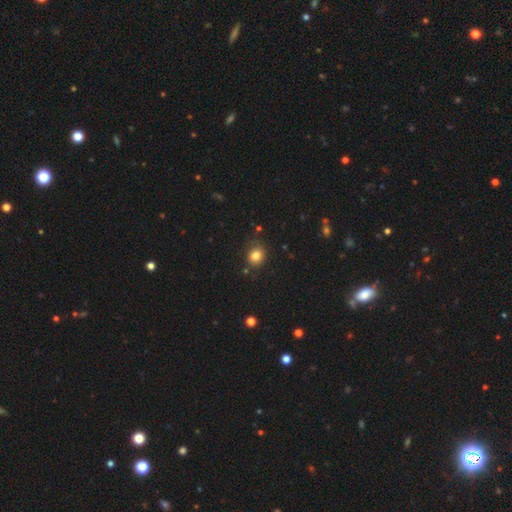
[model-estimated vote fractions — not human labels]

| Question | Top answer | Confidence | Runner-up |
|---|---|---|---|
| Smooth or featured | smooth | 82% | star or artifact (12%) |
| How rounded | round | 74% | in between (25%) |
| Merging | none | 77% | minor disturbance (16%) |